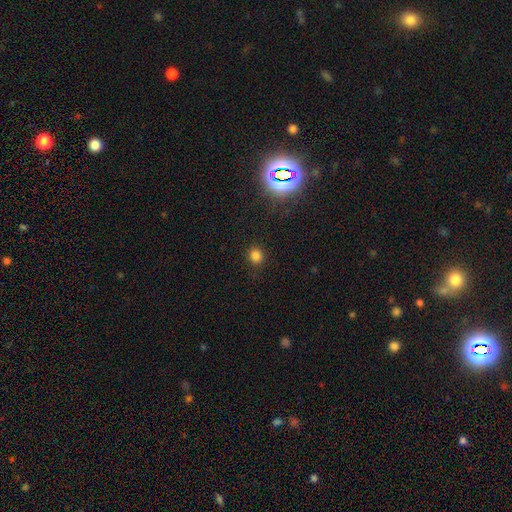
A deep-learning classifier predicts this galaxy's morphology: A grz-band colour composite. It shows a smooth galaxy with no disk features (79%) that is round (89%). Merging: none (90%).